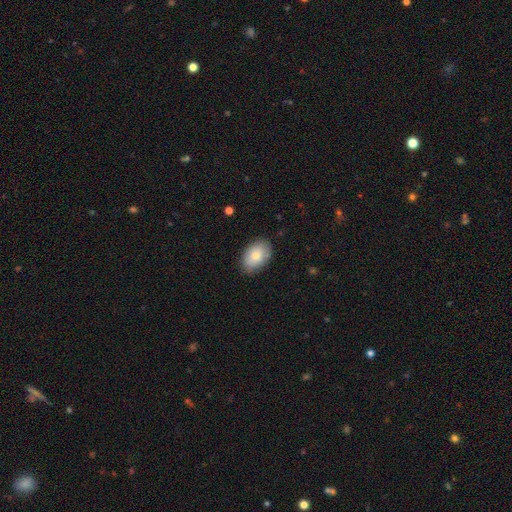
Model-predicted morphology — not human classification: This appears to be a smooth galaxy with no disk features (78%) that is in between round and cigar-shaped (89%). Merging: none (82%).